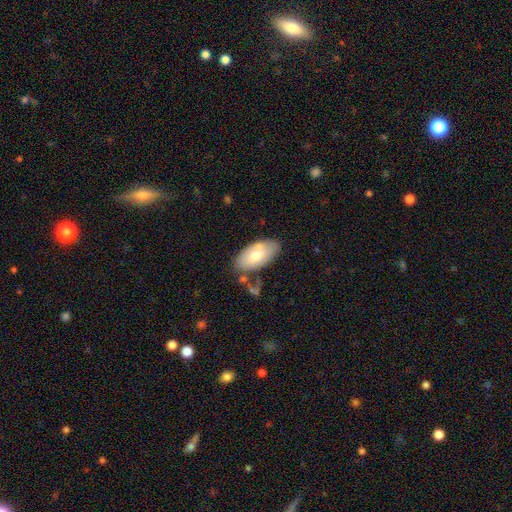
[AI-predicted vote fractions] A smooth galaxy with no disk features (62%) that is in between round and cigar-shaped (94%).

Vote fractions:
- Smooth or featured? smooth: 62% / featured or disk: 32% / star or artifact: 6%
- How rounded? in between: 94% / round: 3% / cigar-shaped: 3%
- Merging? none: 64% / minor disturbance: 21% / merger: 10% / major disturbance: 6%